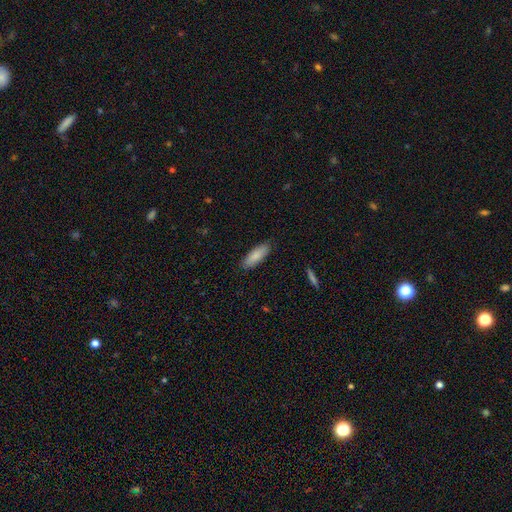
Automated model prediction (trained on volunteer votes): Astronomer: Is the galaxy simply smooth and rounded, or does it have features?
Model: smooth — 84%.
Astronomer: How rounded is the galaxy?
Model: in between — 56% (runner-up: cigar-shaped, 43%).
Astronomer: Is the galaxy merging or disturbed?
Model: none — 87%.